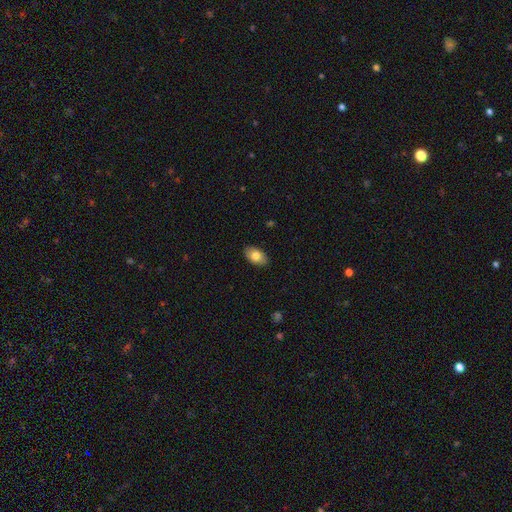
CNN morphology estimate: smooth 79%, featured or disk 15%, star or artifact 7%. Down the decision tree: how rounded — in between (93%); merging — none (88%).